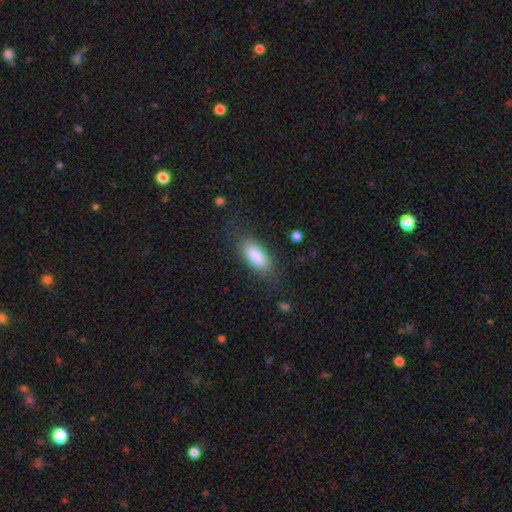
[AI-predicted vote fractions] A smooth galaxy with no disk features (83%) that is in between round and cigar-shaped (82%).

Vote fractions:
- Smooth or featured? smooth: 83% / featured or disk: 11% / star or artifact: 7%
- How rounded? in between: 82% / cigar-shaped: 16% / round: 2%
- Merging? none: 78% / minor disturbance: 15% / major disturbance: 6% / merger: 1%